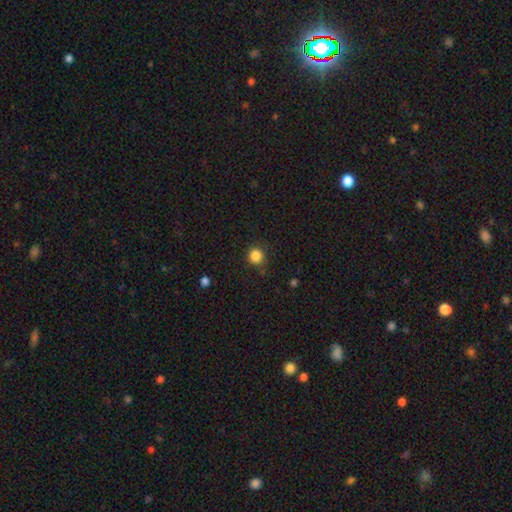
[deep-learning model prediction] Smooth or featured: smooth — 85% (star or artifact — 11%)
How rounded: round — 93% (in between — 6%)
Merging: none — 86% (minor disturbance — 10%)